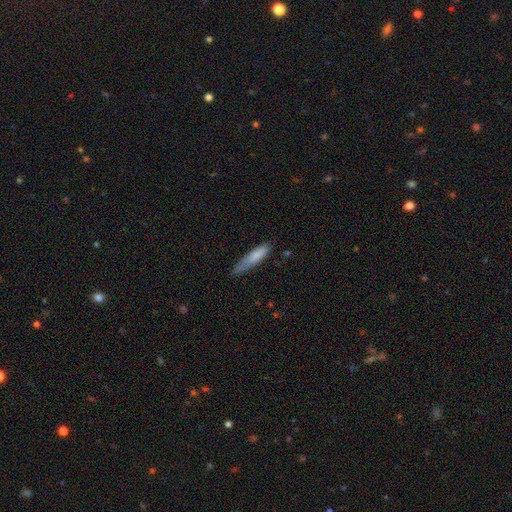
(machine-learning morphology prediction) smooth-or-featured: smooth: 78% | featured or disk: 16% | star or artifact: 6%
  how-rounded: cigar-shaped: 80% | in between: 19% | round: 1%
  merging: none: 55% | minor disturbance: 33% | major disturbance: 9% | merger: 3%